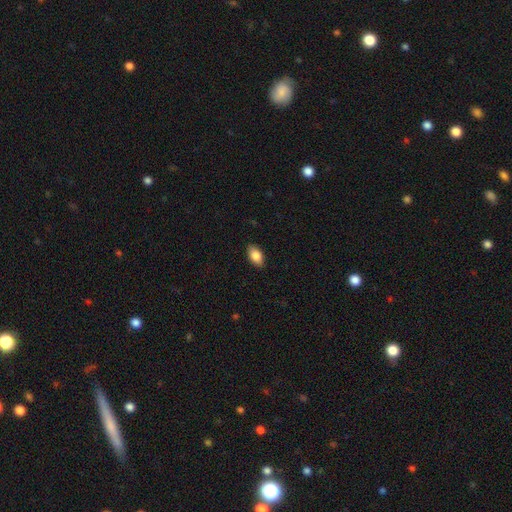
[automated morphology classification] Smooth or featured? Predicted: smooth (p=0.85). How rounded? Predicted: in between (p=0.92). Merging? Predicted: none (p=0.88).